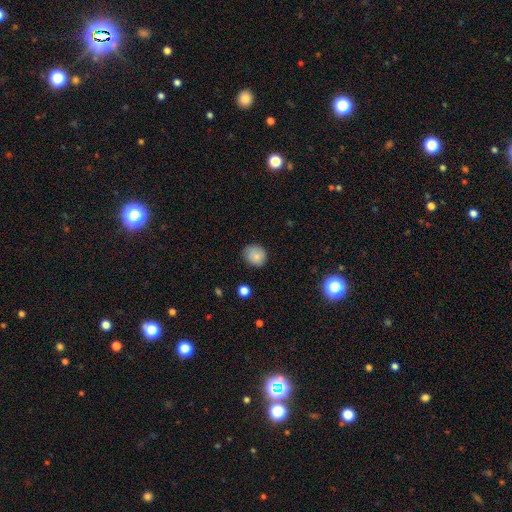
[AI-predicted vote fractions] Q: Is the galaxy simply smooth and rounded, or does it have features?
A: smooth — 83%.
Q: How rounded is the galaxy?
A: round — 80%.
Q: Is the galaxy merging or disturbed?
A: none — 80%.